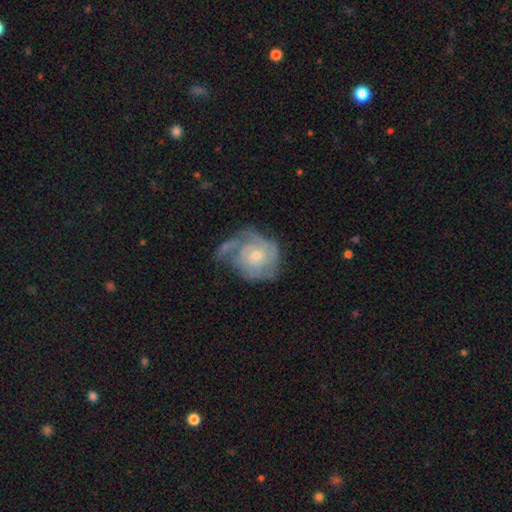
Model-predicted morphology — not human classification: Q: Smooth or featured?
A: featured or disk (75%); runner-up: smooth (19%)
Q: Edge-on disk?
A: no (98%); runner-up: yes (2%)
Q: Bar?
A: no (77%); runner-up: weak (20%)
Q: Spiral arms?
A: yes (87%); runner-up: no (13%)
Q: Spiral winding?
A: tight (61%); runner-up: medium (29%)
Q: Spiral arm count?
A: can't tell (37%); runner-up: 2 (23%)
Q: Bulge size?
A: small (57%); runner-up: moderate (39%)
Q: Merging?
A: none (40%); runner-up: minor disturbance (26%)